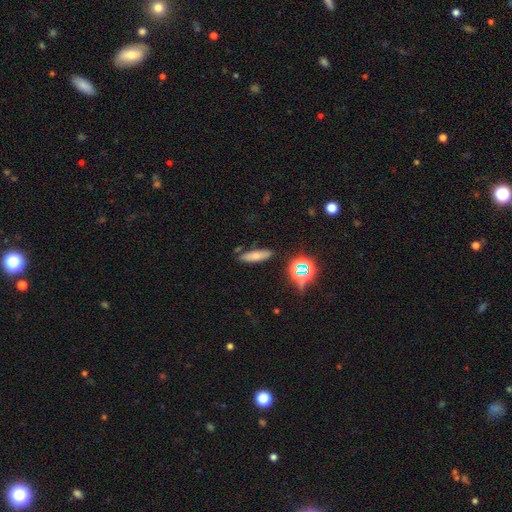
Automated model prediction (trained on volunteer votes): This appears to be a smooth galaxy with no disk features (67%) that is cigar-shaped (57%). Merging: none (81%).